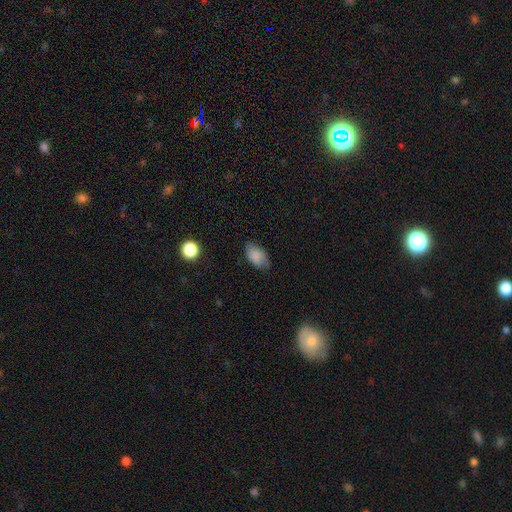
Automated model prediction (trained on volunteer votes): This appears to be a smooth galaxy with no disk features (86%) that is in between round and cigar-shaped (92%). Merging: none (75%).